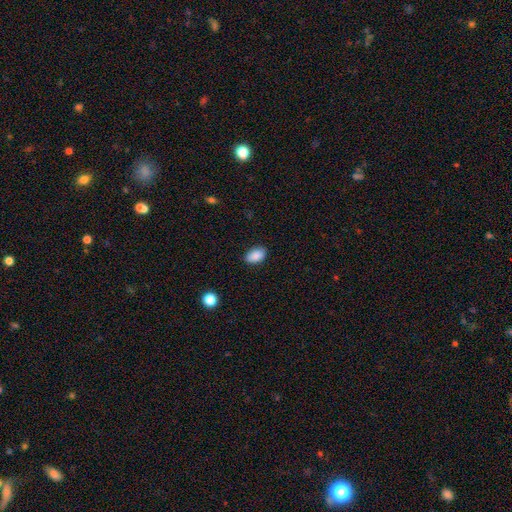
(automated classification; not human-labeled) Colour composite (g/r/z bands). It shows a smooth galaxy with no disk features (89%) that is in between round and cigar-shaped (90%). Merging: none (86%).